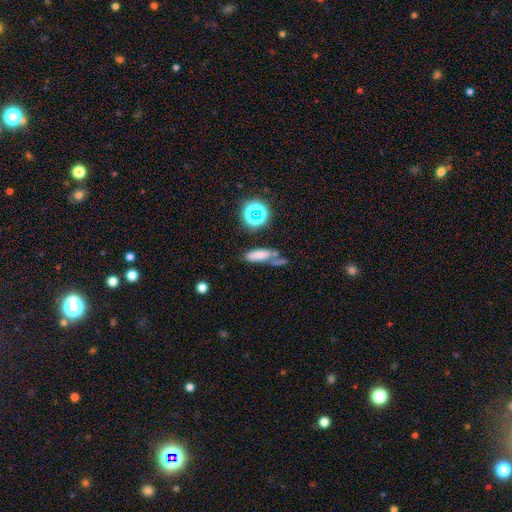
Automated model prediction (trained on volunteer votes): A smooth galaxy with no disk features (64%) that is in between round and cigar-shaped (53%). Merging: none (48%).